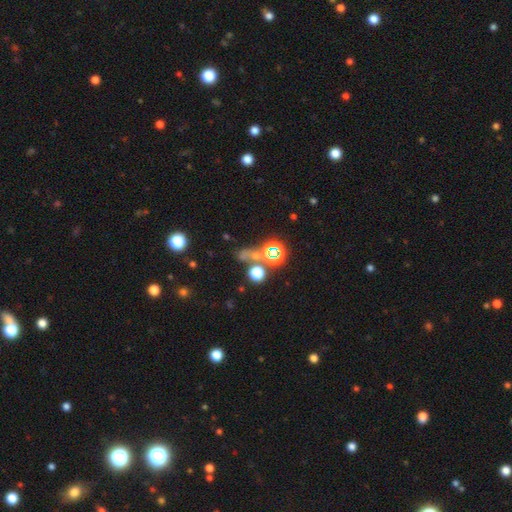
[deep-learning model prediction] Morphology: type=star or artifact (54%).